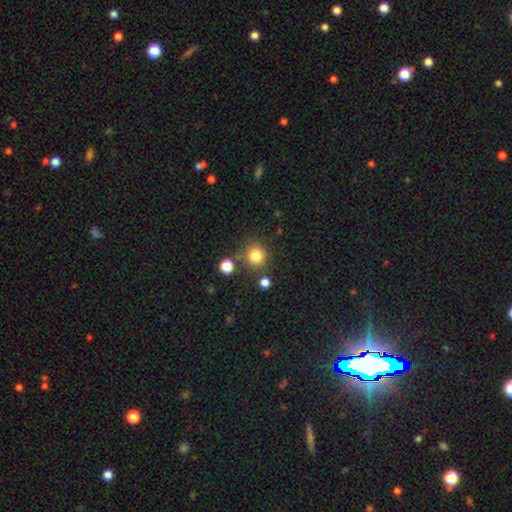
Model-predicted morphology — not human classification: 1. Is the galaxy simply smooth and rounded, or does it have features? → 81% smooth, 13% star or artifact, 6% featured or disk.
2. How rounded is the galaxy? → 92% round, 7% in between, 1% cigar-shaped.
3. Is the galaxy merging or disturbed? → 80% none, 9% minor disturbance, 7% merger, 4% major disturbance.